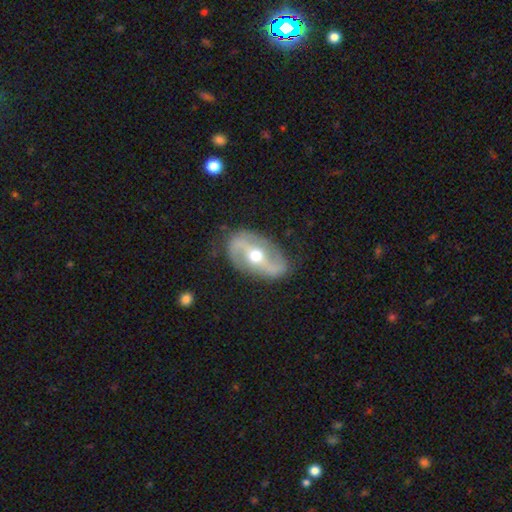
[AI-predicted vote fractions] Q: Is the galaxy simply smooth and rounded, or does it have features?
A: featured or disk — 84%.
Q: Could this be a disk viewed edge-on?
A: no — 95%.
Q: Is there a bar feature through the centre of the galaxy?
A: strong — 39%.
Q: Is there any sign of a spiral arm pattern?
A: yes — 84%.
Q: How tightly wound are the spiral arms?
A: loose — 48%.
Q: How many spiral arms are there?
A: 2 — 92%.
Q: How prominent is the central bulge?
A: moderate — 77%.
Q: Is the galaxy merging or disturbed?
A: none — 82%.